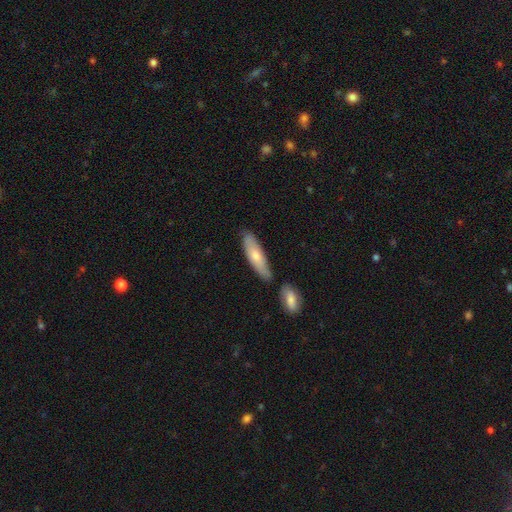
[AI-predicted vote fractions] This is likely a smooth galaxy (65%). How rounded: possibly cigar-shaped (58%). Merging: likely none (70%).